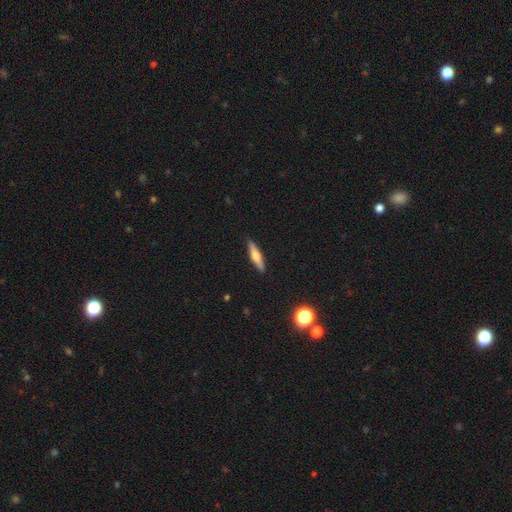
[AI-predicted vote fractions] This appears to be a featured or disk galaxy (51%) viewed edge-on (95%). Merging: none (89%).